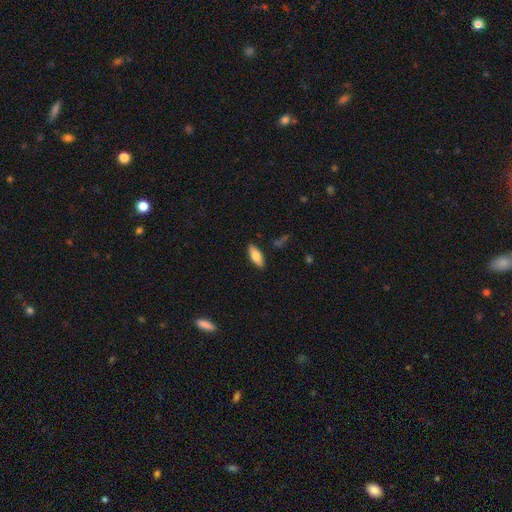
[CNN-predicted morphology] A smooth galaxy with no disk features (76%) that is in between round and cigar-shaped (78%). Merging: none (86%).